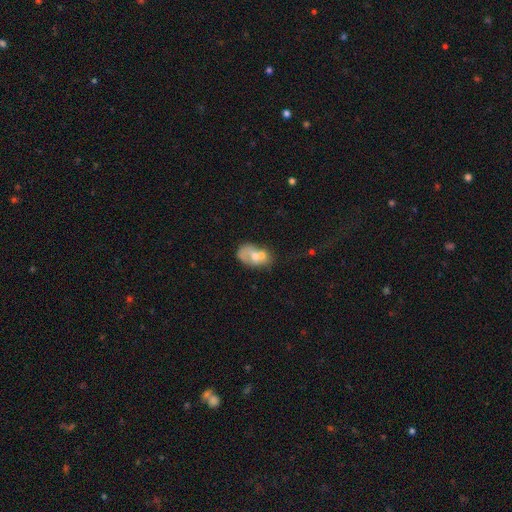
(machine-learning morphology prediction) Overall: smooth (54%; featured or disk 37%). How rounded: in between (83%). Merging: merger (51%; none 21%).